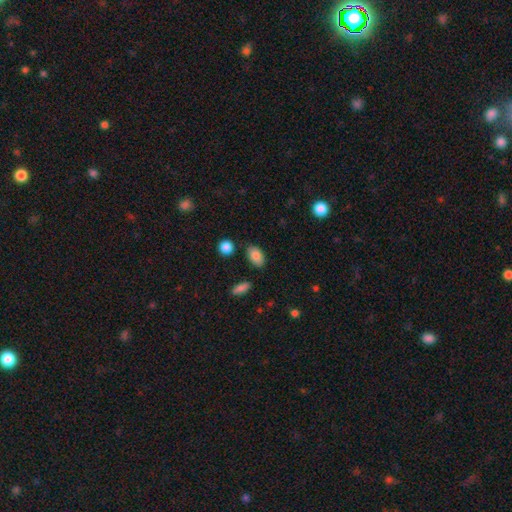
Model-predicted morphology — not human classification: A smooth galaxy with no disk features (84%) that is in between round and cigar-shaped (91%). Merging: none (81%).